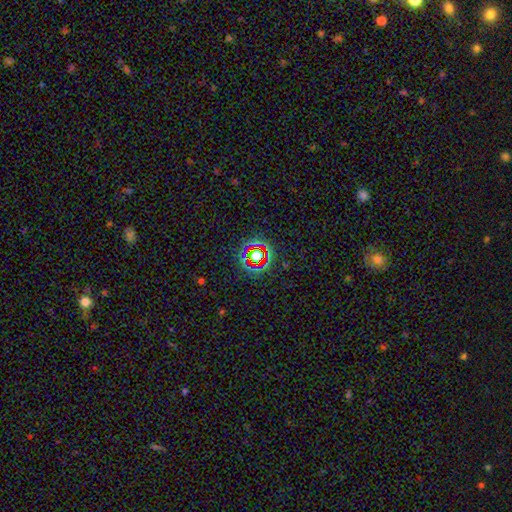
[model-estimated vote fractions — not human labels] Smooth or featured? star or artifact (66%)